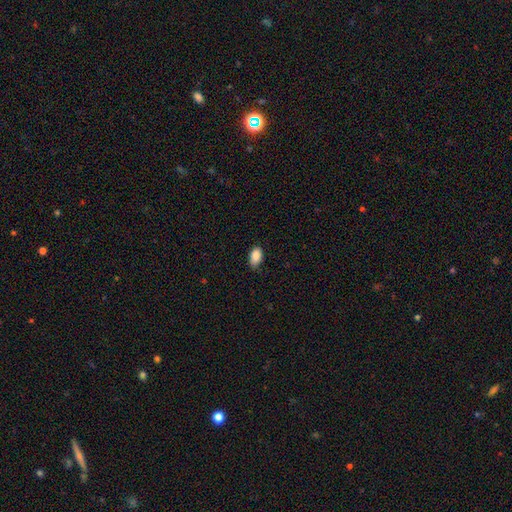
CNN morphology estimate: type=smooth (89%); roundness=in between (92%); merging=none (75%).